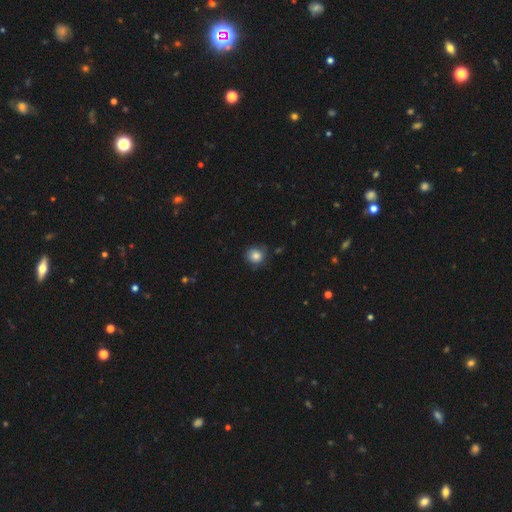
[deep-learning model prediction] A smooth galaxy with no disk features (83%) that is round (89%). Merging: none (78%).